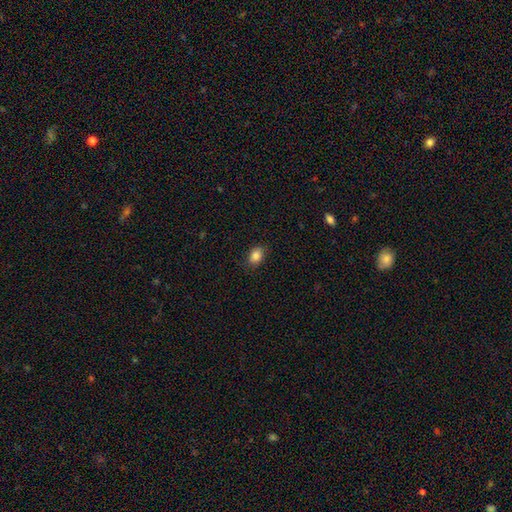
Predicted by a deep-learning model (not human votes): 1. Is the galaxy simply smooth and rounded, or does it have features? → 87% smooth, 9% star or artifact, 5% featured or disk.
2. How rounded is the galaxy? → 76% in between, 23% round, 1% cigar-shaped.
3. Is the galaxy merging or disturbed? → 86% none, 11% minor disturbance, 3% major disturbance, 1% merger.